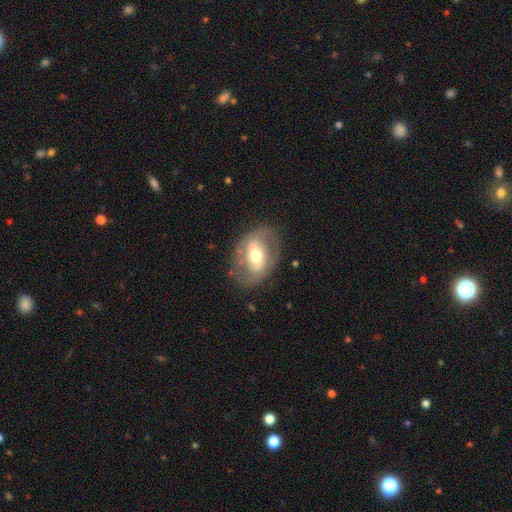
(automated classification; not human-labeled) smooth_or_featured: featured or disk (p=0.58) [alt: smooth p=0.35]
disk_edge_on: no (p=0.92) [alt: yes p=0.08]
bar: no (p=0.40) [alt: weak p=0.32]
has_spiral_arms: no (p=0.62) [alt: yes p=0.38]
bulge_size: moderate (p=0.67) [alt: large p=0.15]
merging: none (p=0.70) [alt: minor disturbance p=0.17]